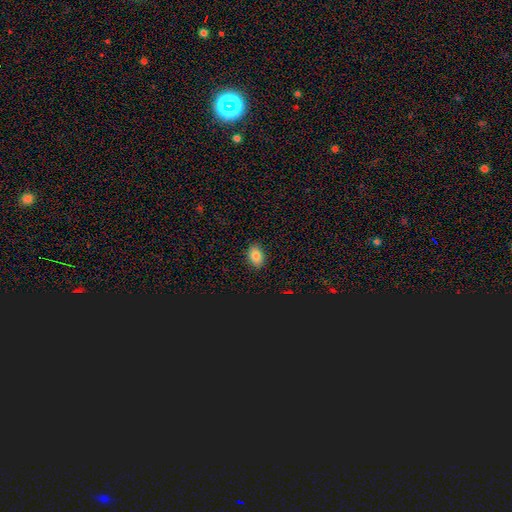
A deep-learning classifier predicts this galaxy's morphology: Smooth or featured: smooth — 81% (star or artifact — 12%)
How rounded: in between — 75% (round — 24%)
Merging: none — 86% (minor disturbance — 11%)